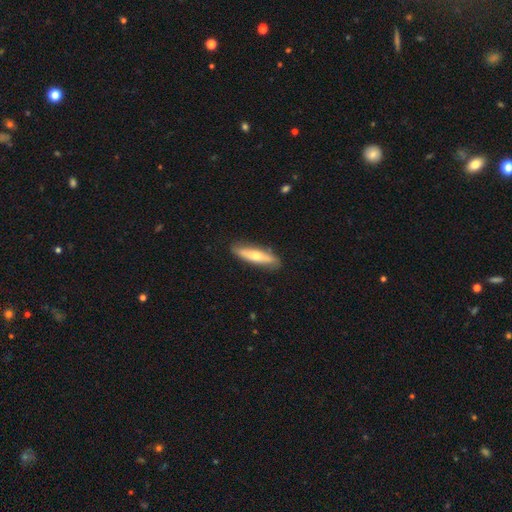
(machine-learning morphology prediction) Smooth or featured? smooth (56%)
How rounded? cigar-shaped (76%)
Merging? none (84%)